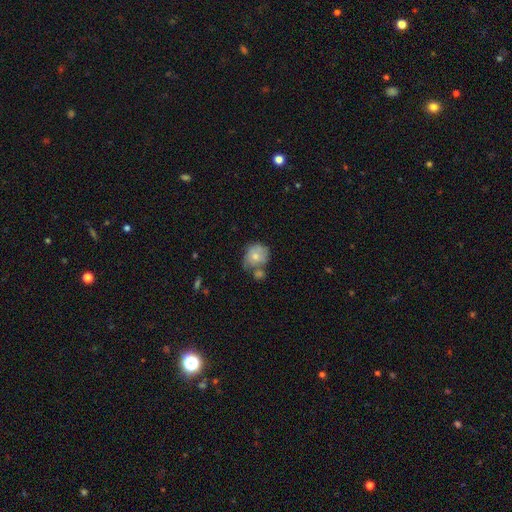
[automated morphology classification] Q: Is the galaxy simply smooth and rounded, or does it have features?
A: smooth — 65%.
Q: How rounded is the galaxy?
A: round — 70%.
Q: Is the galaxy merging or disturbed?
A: none — 39%.